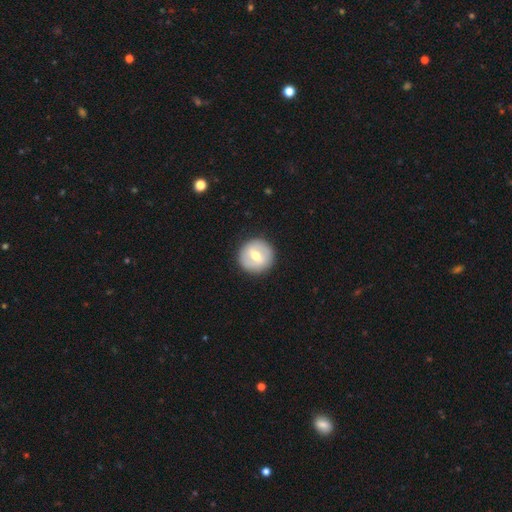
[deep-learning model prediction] The model was most divided on "smooth or featured": smooth: 49%, featured or disk: 45%, star or artifact: 6%. More confident: merging — none (91%).